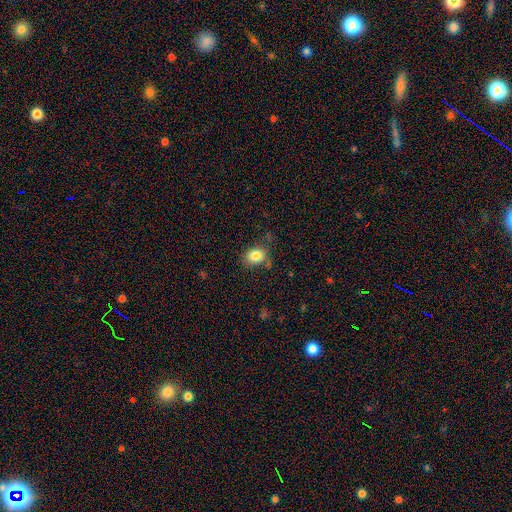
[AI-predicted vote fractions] The model was most divided on "how rounded": in between: 52%, round: 47%, cigar-shaped: 1%. More confident: smooth or featured — smooth (83%); merging — none (74%).